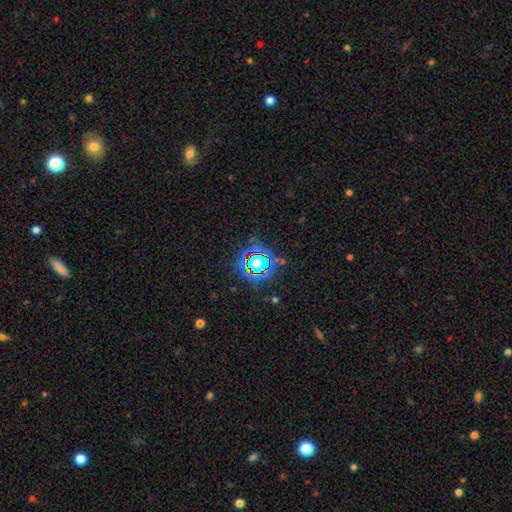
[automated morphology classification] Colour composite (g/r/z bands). It shows a star or artifact, not a galaxy (81%).